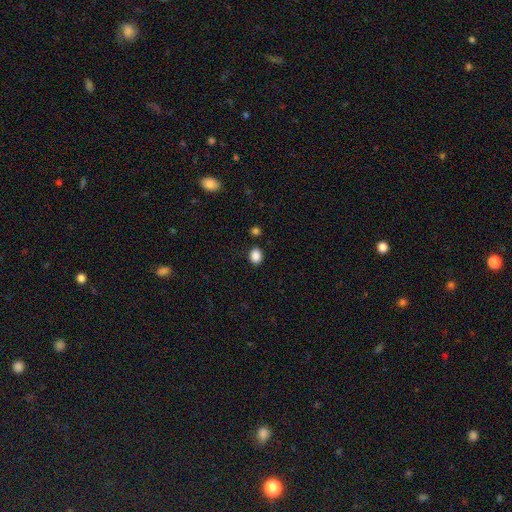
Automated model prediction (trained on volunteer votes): A smooth galaxy with no disk features (87%) that is round (50%).

Vote fractions:
- Smooth or featured? smooth: 87% / star or artifact: 10% / featured or disk: 3%
- How rounded? round: 50% / in between: 49% / cigar-shaped: 1%
- Merging? none: 86% / minor disturbance: 8% / merger: 3% / major disturbance: 2%